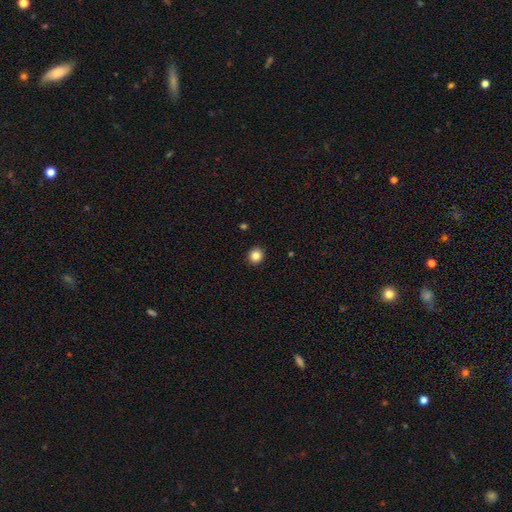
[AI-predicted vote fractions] Smooth or featured?
  - smooth: 85% *
  - star or artifact: 10%
  - featured or disk: 4%
How rounded?
  - round: 85% *
  - in between: 14%
  - cigar-shaped: 1%
Merging?
  - none: 92% *
  - minor disturbance: 5%
  - major disturbance: 2%
  - merger: 1%